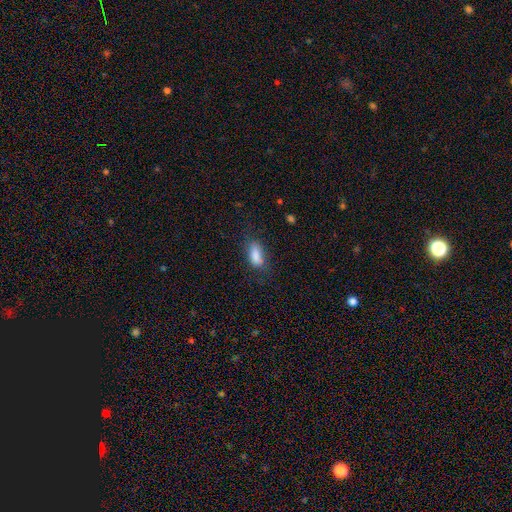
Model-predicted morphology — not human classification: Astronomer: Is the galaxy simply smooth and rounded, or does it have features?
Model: smooth — 84%.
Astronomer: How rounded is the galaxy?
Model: in between — 87%.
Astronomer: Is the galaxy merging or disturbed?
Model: none — 66%.